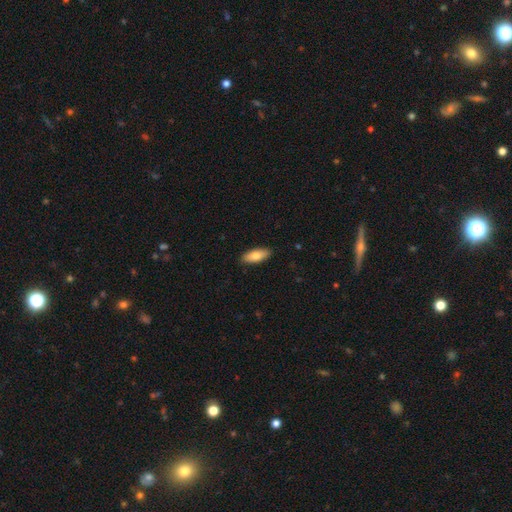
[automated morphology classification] Q: Smooth or featured?
A: smooth (82%); runner-up: featured or disk (13%)
Q: How rounded?
A: in between (74%); runner-up: cigar-shaped (24%)
Q: Merging?
A: none (89%); runner-up: minor disturbance (8%)